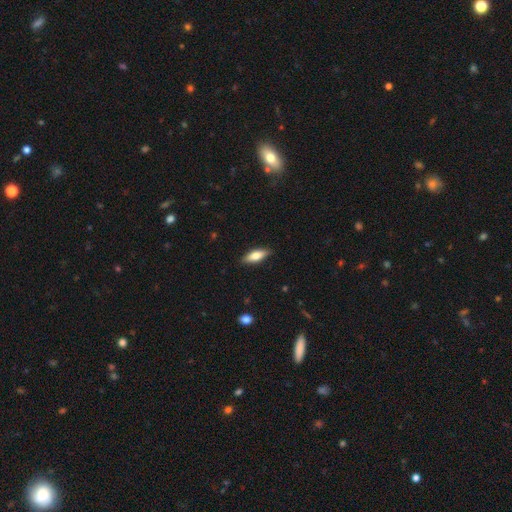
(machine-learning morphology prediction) Smooth or featured? smooth (71%)
How rounded? in between (65%)
Merging? none (86%)